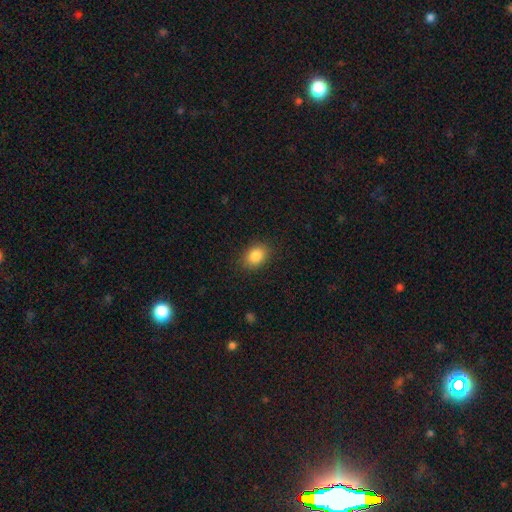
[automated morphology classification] type=smooth (85%); roundness=in between (70%); merging=none (87%).